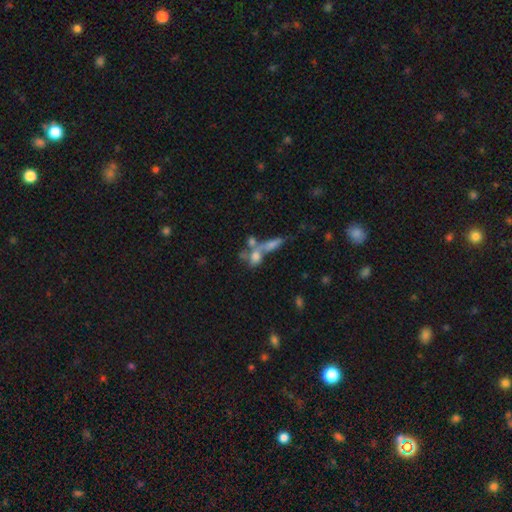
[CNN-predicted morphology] Smooth or featured: smooth — 52% (featured or disk — 30%)
How rounded: in between — 47% (round — 29%)
Merging: merger — 48% (none — 33%)